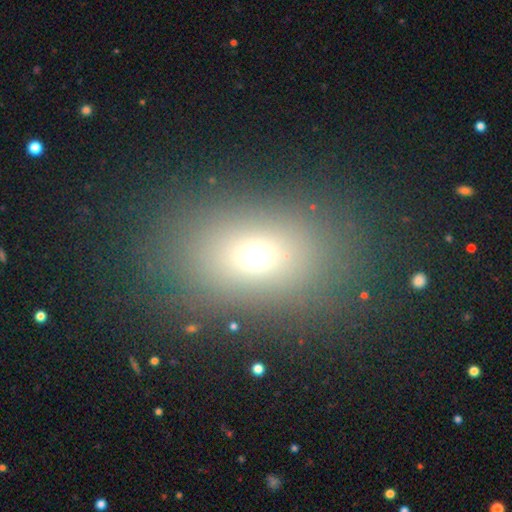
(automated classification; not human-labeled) A smooth galaxy with no disk features (67%) that is in between round and cigar-shaped (69%).

Vote fractions:
- Smooth or featured? smooth: 67% / star or artifact: 21% / featured or disk: 12%
- How rounded? in between: 69% / round: 29% / cigar-shaped: 2%
- Merging? none: 83% / minor disturbance: 9% / major disturbance: 6% / merger: 2%